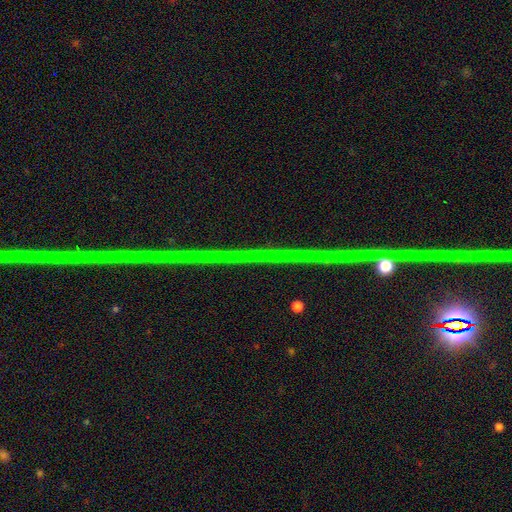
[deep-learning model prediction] Smooth or featured? star or artifact (87%)